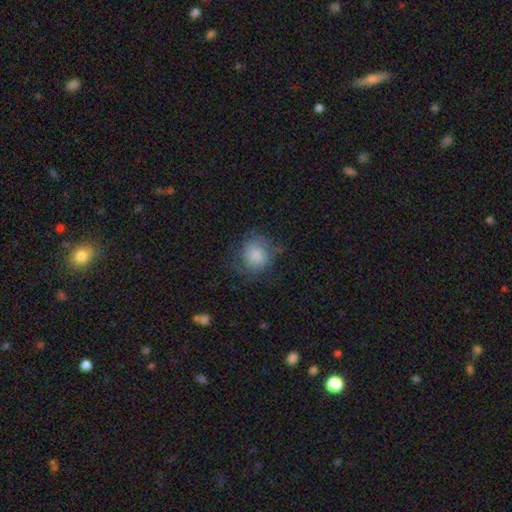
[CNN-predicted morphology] Q: Smooth or featured?
A: smooth (75%); runner-up: featured or disk (16%)
Q: How rounded?
A: round (79%); runner-up: in between (20%)
Q: Merging?
A: none (64%); runner-up: minor disturbance (23%)